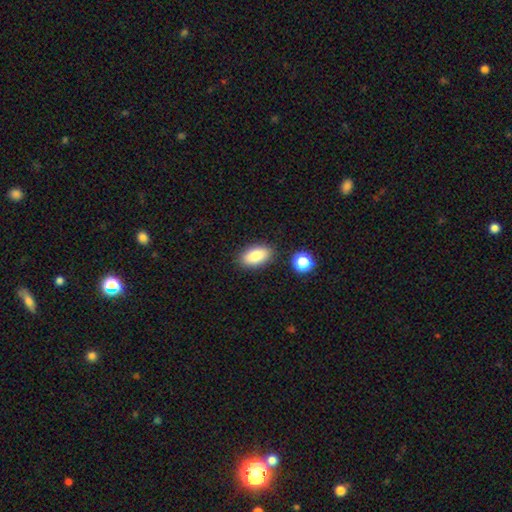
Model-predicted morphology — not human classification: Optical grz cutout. It shows a smooth galaxy with no disk features (86%) that is in between round and cigar-shaped (92%). Merging: none (85%).